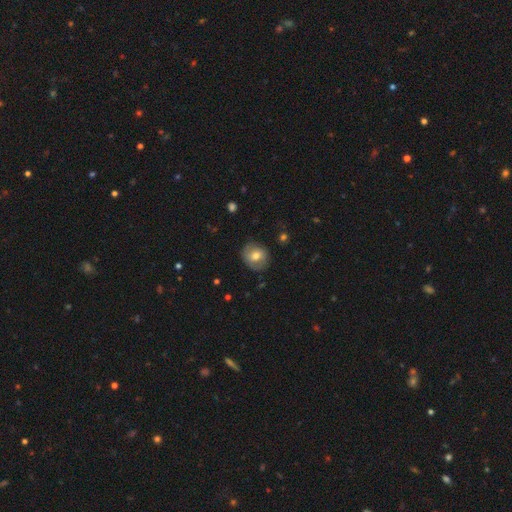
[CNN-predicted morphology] The model was most divided on "smooth or featured": smooth: 62%, featured or disk: 29%, star or artifact: 9%. More confident: merging — none (75%); how rounded — round (74%).